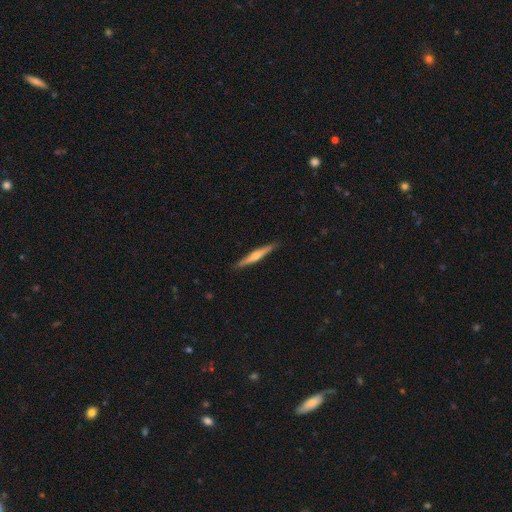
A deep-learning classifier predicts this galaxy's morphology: Smooth or featured: featured or disk — 58% (smooth — 37%)
Edge-on disk: yes — 97% (no — 3%)
Edge-on bulge: rounded — 78% (none — 14%)
Merging: none — 89% (minor disturbance — 9%)